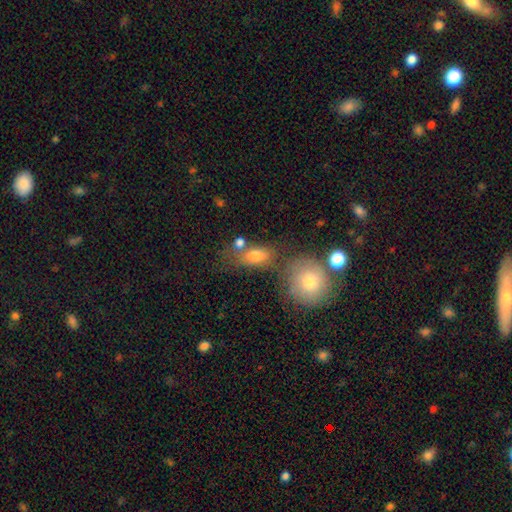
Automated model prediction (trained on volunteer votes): Smooth or featured: smooth — 75% (featured or disk — 14%)
How rounded: in between — 78% (round — 18%)
Merging: none — 54% (merger — 21%)